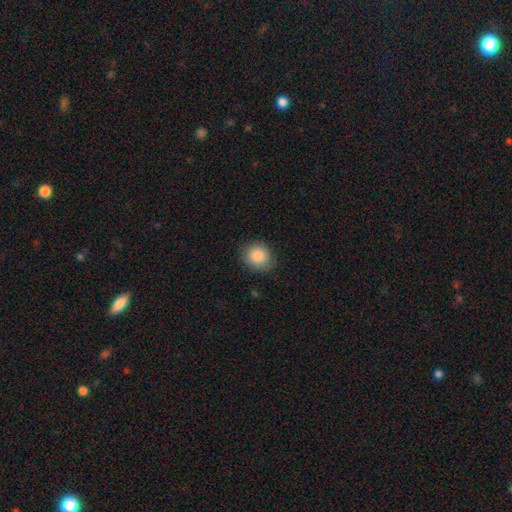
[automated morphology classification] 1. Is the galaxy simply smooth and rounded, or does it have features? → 87% smooth, 8% star or artifact, 5% featured or disk.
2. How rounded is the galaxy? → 74% round, 25% in between, 1% cigar-shaped.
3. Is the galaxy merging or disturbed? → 82% none, 14% minor disturbance, 3% major disturbance, 1% merger.